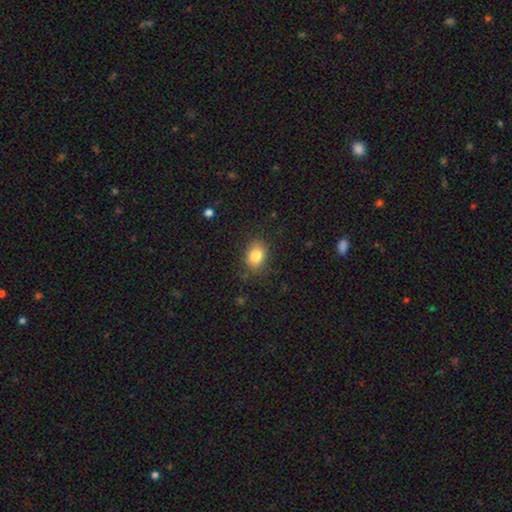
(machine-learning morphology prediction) type=smooth (82%); roundness=in between (65%); merging=none (84%).